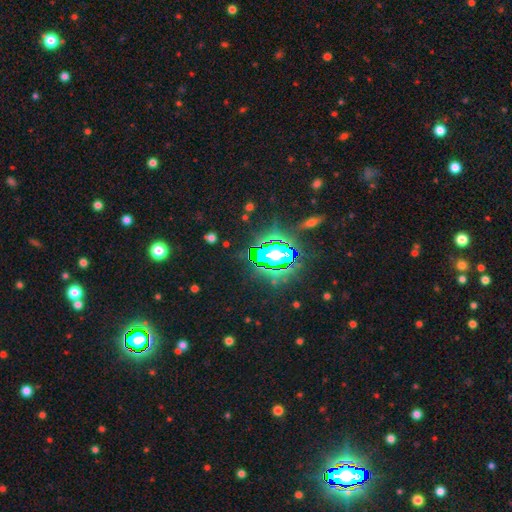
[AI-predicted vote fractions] Smooth or featured? star or artifact (73%)